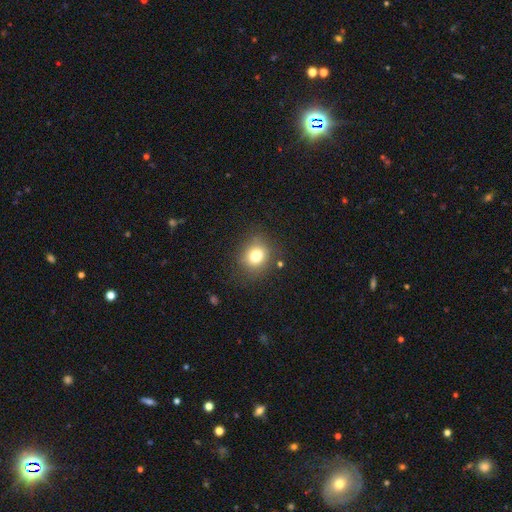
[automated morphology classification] A smooth galaxy with no disk features (78%) that is round (75%).

Vote fractions:
- Smooth or featured? smooth: 78% / star or artifact: 13% / featured or disk: 9%
- How rounded? round: 75% / in between: 24% / cigar-shaped: 1%
- Merging? none: 82% / minor disturbance: 11% / major disturbance: 4% / merger: 2%